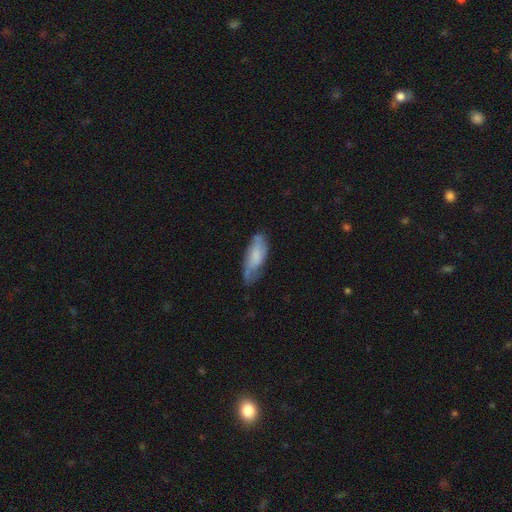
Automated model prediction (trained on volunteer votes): Smooth or featured?
  - smooth: 55% *
  - featured or disk: 38%
  - star or artifact: 7%
How rounded?
  - in between: 69% *
  - cigar-shaped: 30%
  - round: 2%
Merging?
  - none: 52% *
  - minor disturbance: 34%
  - major disturbance: 12%
  - merger: 2%